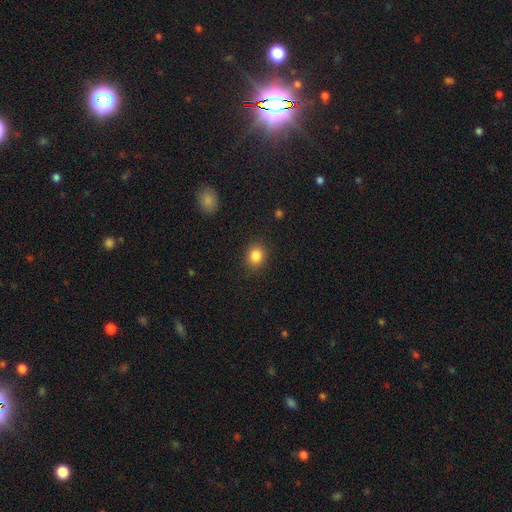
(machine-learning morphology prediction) Smooth or featured: smooth — 85% (star or artifact — 10%)
How rounded: round — 71% (in between — 28%)
Merging: none — 88% (minor disturbance — 8%)